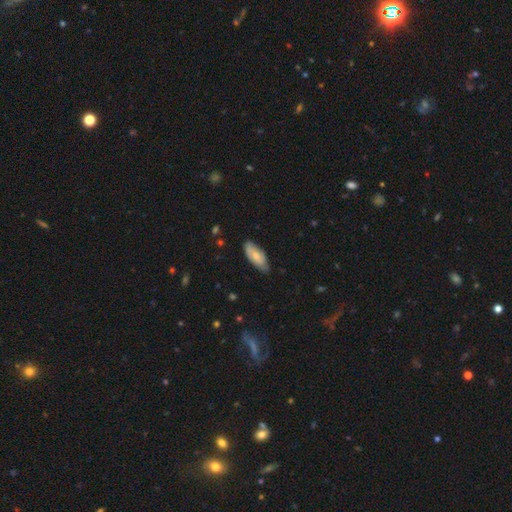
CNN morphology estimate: smooth 65%, featured or disk 30%, star or artifact 6%. Down the decision tree: how rounded — in between (84%); merging — none (71%).